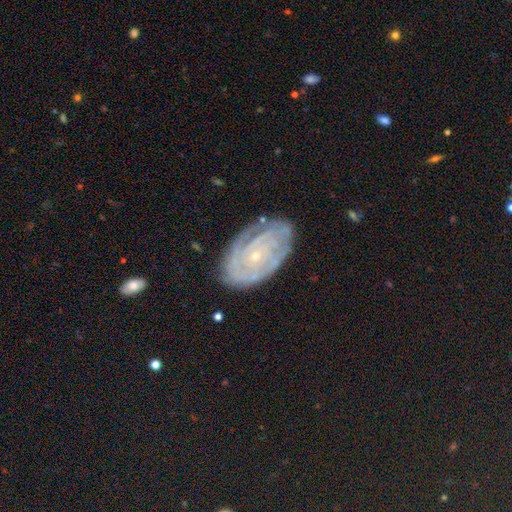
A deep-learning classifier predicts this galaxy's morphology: Smooth or featured: featured or disk — 79% (smooth — 12%)
Edge-on disk: no — 96% (yes — 4%)
Bar: no — 78% (weak — 17%)
Spiral arms: yes — 92% (no — 8%)
Spiral winding: tight — 80% (medium — 16%)
Spiral arm count: can't tell — 42% (2 — 24%)
Bulge size: small — 87% (moderate — 10%)
Merging: none — 79% (minor disturbance — 16%)